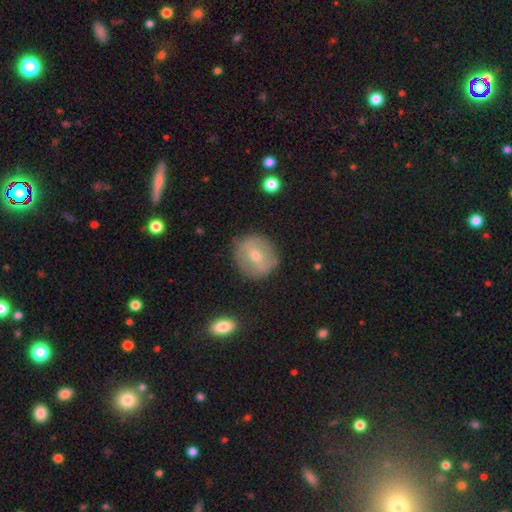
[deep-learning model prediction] This appears to be a featured or disk galaxy (50%). Merging: none (84%).